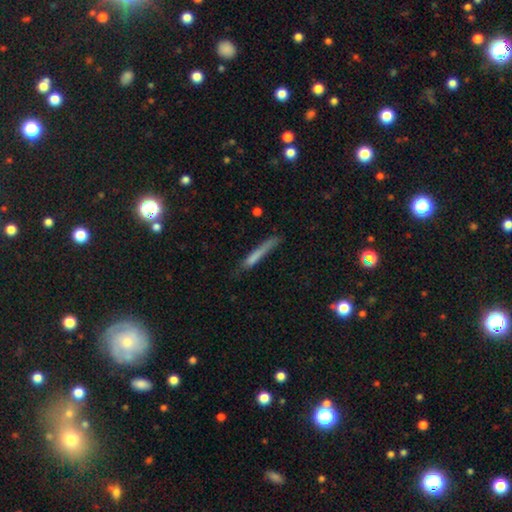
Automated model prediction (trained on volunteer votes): Smooth or featured? Predicted: smooth (p=0.70). How rounded? Predicted: cigar-shaped (p=0.94). Merging? Predicted: none (p=0.62).